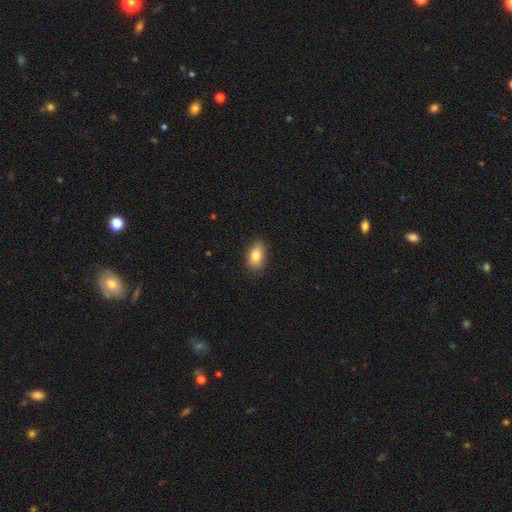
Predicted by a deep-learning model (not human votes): A smooth galaxy with no disk features (83%) that is in between round and cigar-shaped (89%). Merging: none (86%).